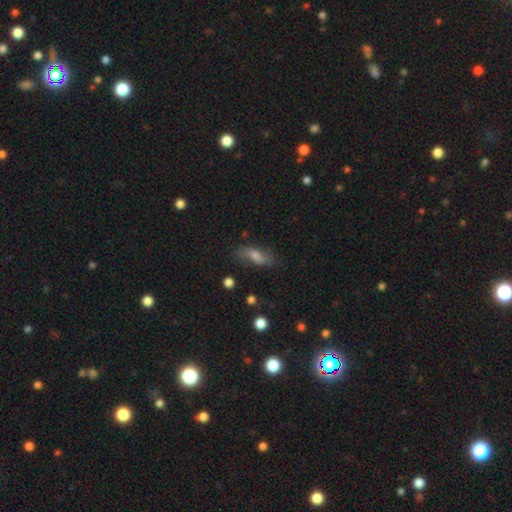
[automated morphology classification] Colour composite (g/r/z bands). It shows a smooth galaxy with no disk features (51%) that is in between round and cigar-shaped (65%). Merging: none (67%).